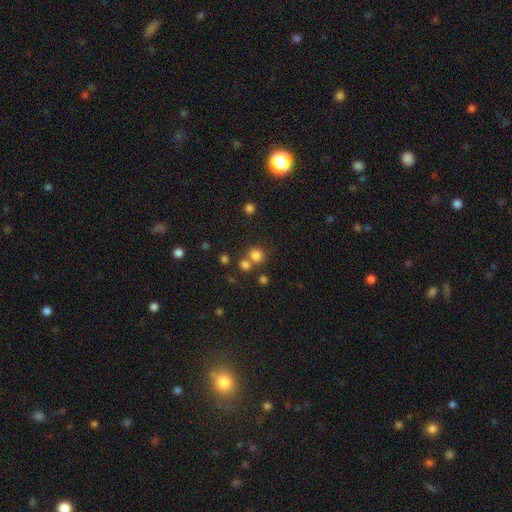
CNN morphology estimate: Q: Smooth or featured?
A: smooth (77%); runner-up: star or artifact (16%)
Q: How rounded?
A: round (86%); runner-up: in between (13%)
Q: Merging?
A: none (61%); runner-up: merger (29%)